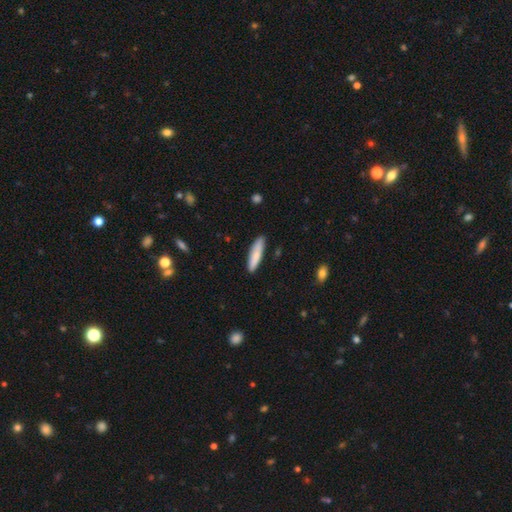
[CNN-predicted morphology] A smooth galaxy with no disk features (80%) that is cigar-shaped (78%). Merging: none (87%).